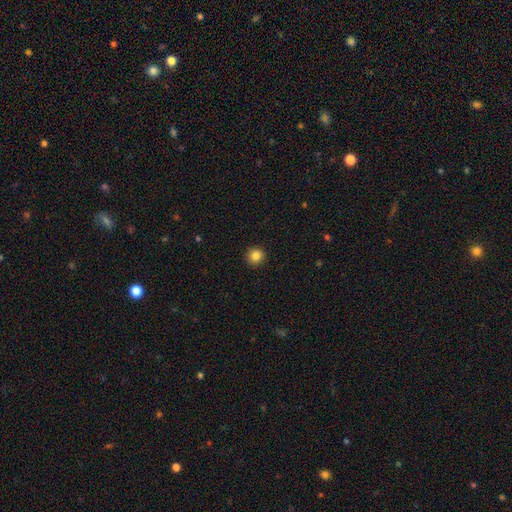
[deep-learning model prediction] This appears to be a smooth galaxy with no disk features (84%) that is round (93%). Merging: none (93%).